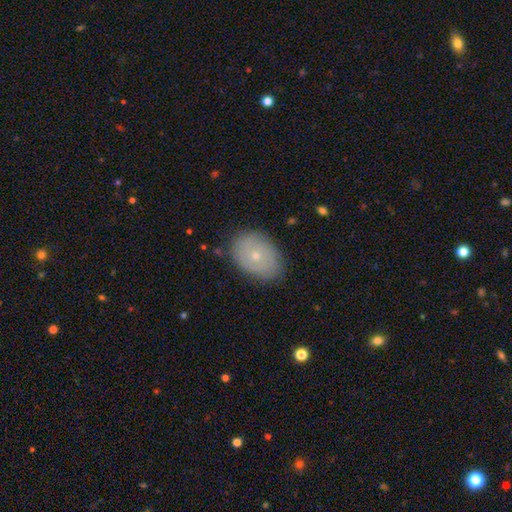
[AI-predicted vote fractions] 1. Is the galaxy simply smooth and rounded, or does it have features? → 56% smooth, 36% featured or disk, 8% star or artifact.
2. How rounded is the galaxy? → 76% in between, 23% round, 1% cigar-shaped.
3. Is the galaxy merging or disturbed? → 81% none, 14% minor disturbance, 3% major disturbance, 1% merger.